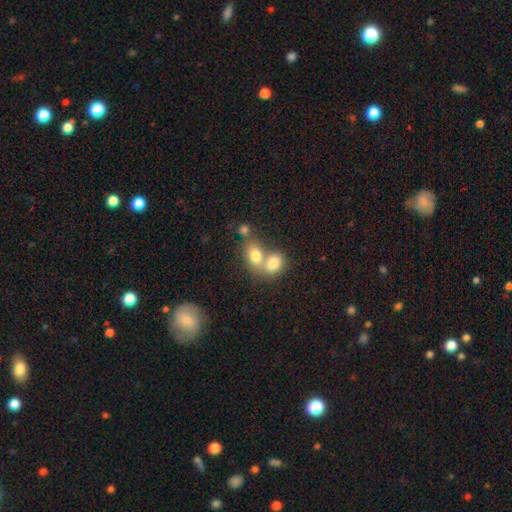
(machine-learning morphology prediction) smooth-or-featured: smooth: 76% | featured or disk: 15% | star or artifact: 9%
  how-rounded: in between: 64% | round: 34% | cigar-shaped: 1%
  merging: merger: 64% | none: 26% | minor disturbance: 7% | major disturbance: 3%